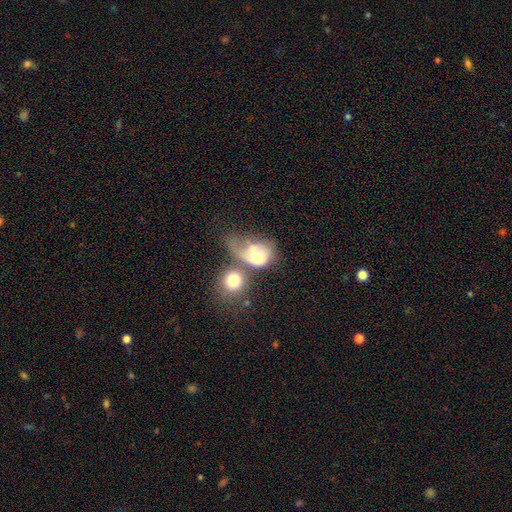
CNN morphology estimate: Overall: smooth (63%; featured or disk 28%). How rounded: in between (51%; round 48%). Merging: merger (54%; major disturbance 25%).